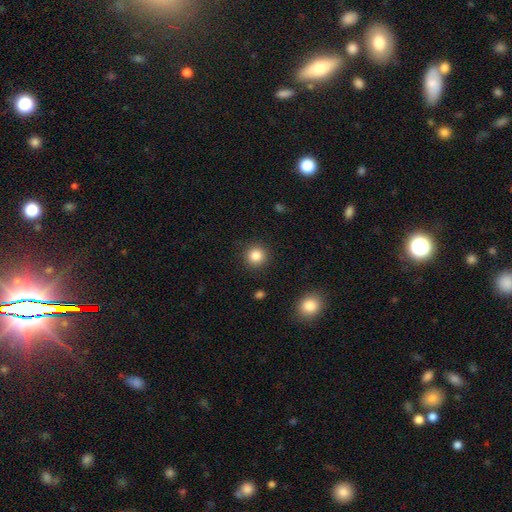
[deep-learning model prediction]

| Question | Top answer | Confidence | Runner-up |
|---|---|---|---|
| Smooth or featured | smooth | 84% | star or artifact (11%) |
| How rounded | round | 93% | in between (6%) |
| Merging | none | 91% | minor disturbance (6%) |